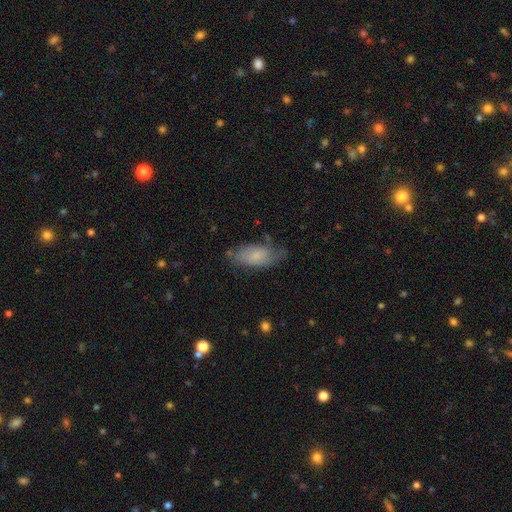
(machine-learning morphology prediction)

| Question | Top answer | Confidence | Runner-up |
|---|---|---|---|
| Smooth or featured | smooth | 64% | featured or disk (29%) |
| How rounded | in between | 86% | cigar-shaped (11%) |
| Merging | none | 56% | minor disturbance (30%) |